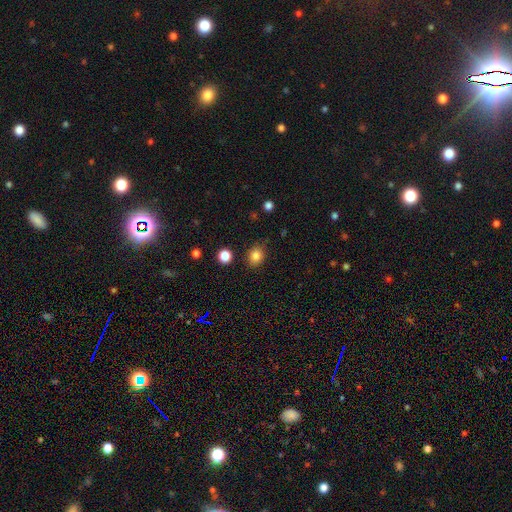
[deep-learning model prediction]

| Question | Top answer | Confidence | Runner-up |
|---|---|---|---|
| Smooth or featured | smooth | 84% | star or artifact (11%) |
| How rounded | round | 61% | in between (38%) |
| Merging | none | 84% | minor disturbance (11%) |